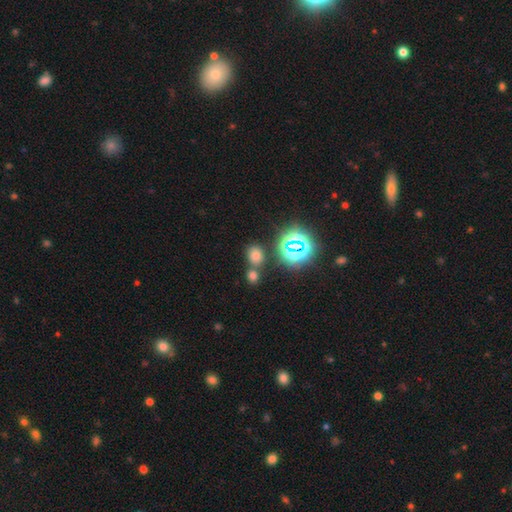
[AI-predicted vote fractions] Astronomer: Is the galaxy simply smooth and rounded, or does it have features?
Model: smooth — 64%.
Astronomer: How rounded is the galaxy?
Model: round — 51% (runner-up: in between, 48%).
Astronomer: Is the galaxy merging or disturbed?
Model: none — 61%.